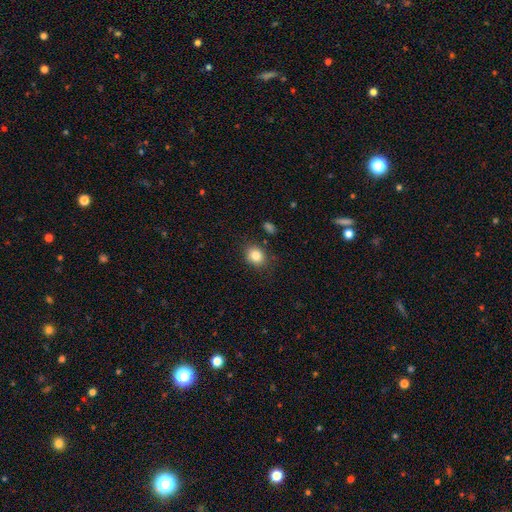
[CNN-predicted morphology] A smooth galaxy with no disk features (84%) that is round (62%). Merging: none (84%).